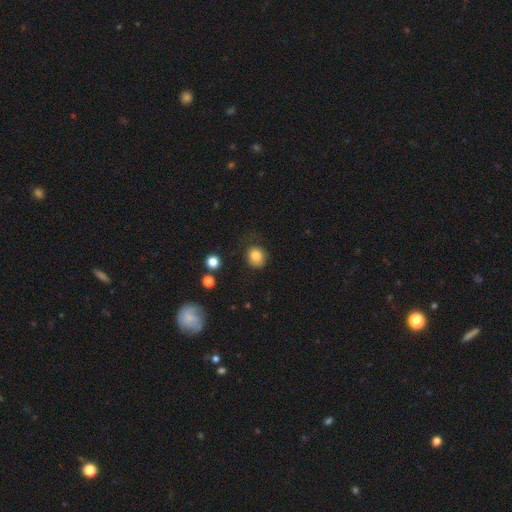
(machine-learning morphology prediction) A smooth galaxy with no disk features (83%) that is round (75%).

Vote fractions:
- Smooth or featured? smooth: 83% / star or artifact: 10% / featured or disk: 6%
- How rounded? round: 75% / in between: 24% / cigar-shaped: 1%
- Merging? none: 71% / minor disturbance: 19% / major disturbance: 8% / merger: 2%